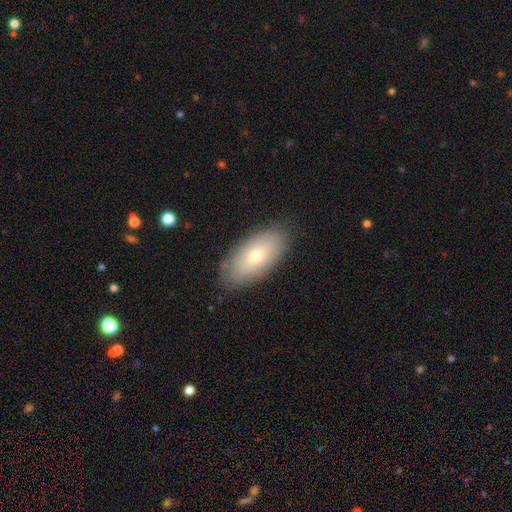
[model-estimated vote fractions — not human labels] smooth-or-featured: smooth: 70% | featured or disk: 23% | star or artifact: 7%
  how-rounded: in between: 92% | cigar-shaped: 5% | round: 3%
  merging: none: 84% | minor disturbance: 12% | major disturbance: 3% | merger: 1%